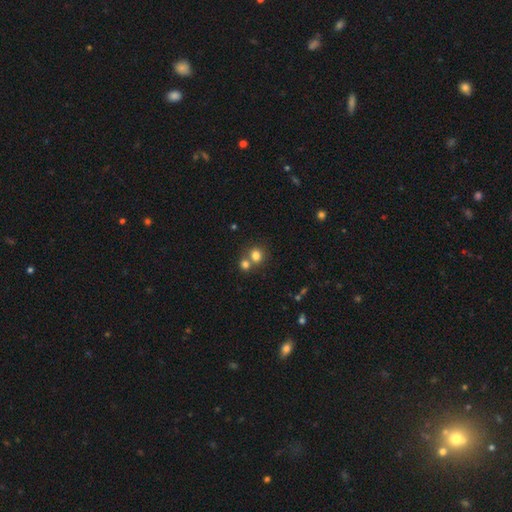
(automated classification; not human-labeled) Smooth or featured? Predicted: smooth (p=0.79). How rounded? Predicted: round (p=0.78). Merging? Predicted: none (p=0.49).